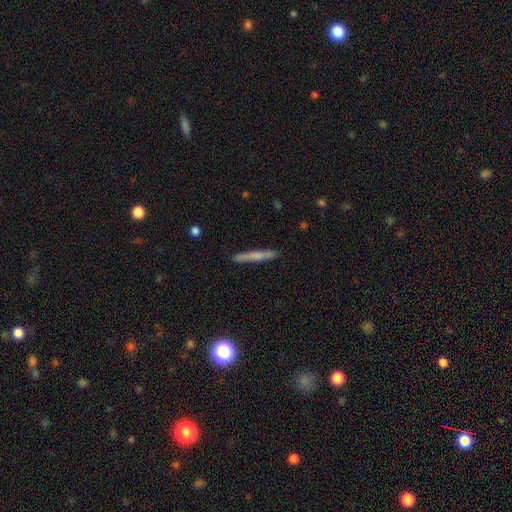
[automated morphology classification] smooth 58%, featured or disk 35%, star or artifact 7%. Down the decision tree: how rounded — cigar-shaped (95%); merging — none (87%).